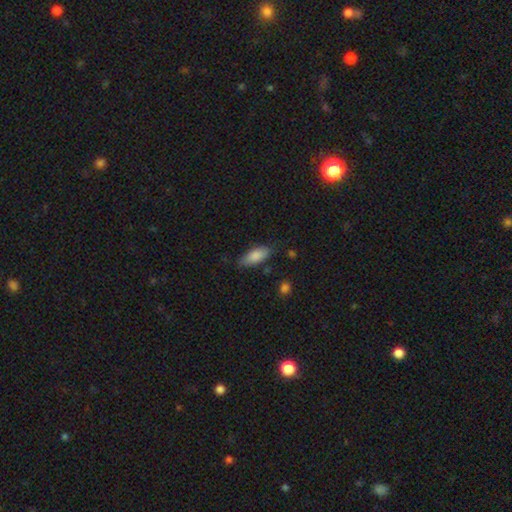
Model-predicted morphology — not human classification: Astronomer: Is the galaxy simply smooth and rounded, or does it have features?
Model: smooth — 85%.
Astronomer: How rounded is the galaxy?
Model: in between — 79%.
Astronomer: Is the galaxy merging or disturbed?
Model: none — 77%.